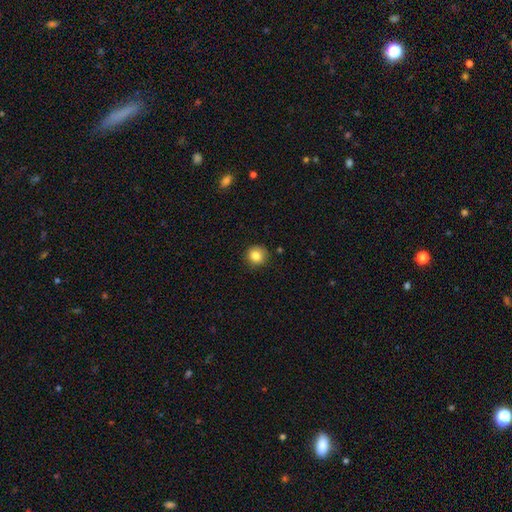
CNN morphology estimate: Smooth or featured? smooth (83%)
How rounded? round (93%)
Merging? none (88%)